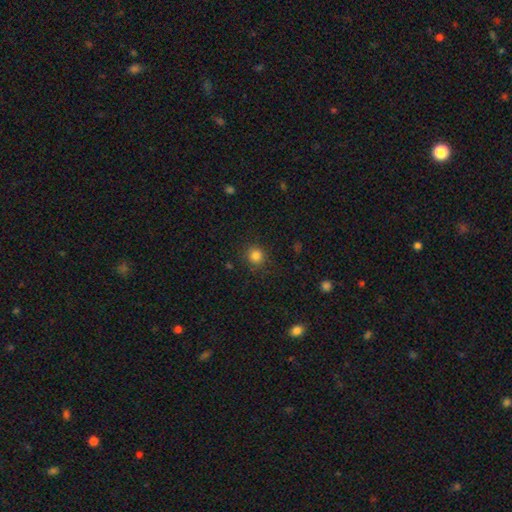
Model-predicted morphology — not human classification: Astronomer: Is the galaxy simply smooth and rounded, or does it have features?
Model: smooth — 83%.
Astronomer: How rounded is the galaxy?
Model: round — 89%.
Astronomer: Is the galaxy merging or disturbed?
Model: none — 87%.